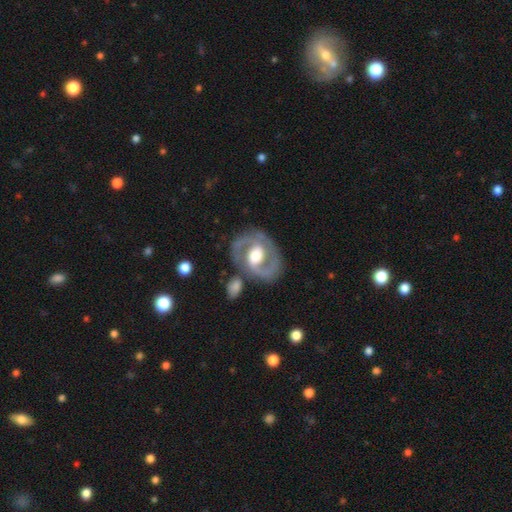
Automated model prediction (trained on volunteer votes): Smooth or featured: featured or disk — 83% (smooth — 13%)
Edge-on disk: no — 97% (yes — 3%)
Bar: weak — 41% (no — 31%)
Spiral arms: yes — 86% (no — 14%)
Spiral winding: medium — 53% (tight — 33%)
Spiral arm count: 2 — 89% (can't tell — 5%)
Bulge size: moderate — 63% (large — 27%)
Merging: none — 75% (minor disturbance — 13%)